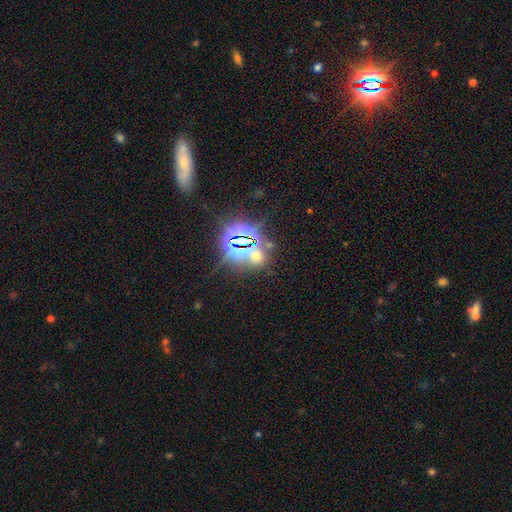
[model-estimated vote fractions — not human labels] Overall: star or artifact (79%).